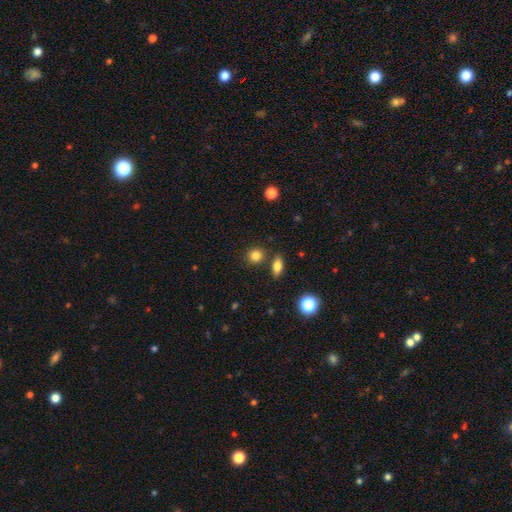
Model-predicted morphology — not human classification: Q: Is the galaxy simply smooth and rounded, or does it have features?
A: smooth — 83%.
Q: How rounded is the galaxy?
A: round — 76%.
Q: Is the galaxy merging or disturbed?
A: none — 80%.